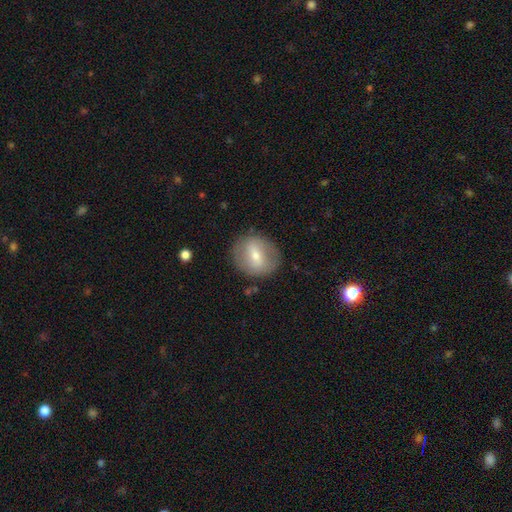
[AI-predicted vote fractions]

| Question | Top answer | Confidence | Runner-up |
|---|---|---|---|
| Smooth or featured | smooth | 49% | featured or disk (43%) |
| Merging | none | 80% | minor disturbance (13%) |